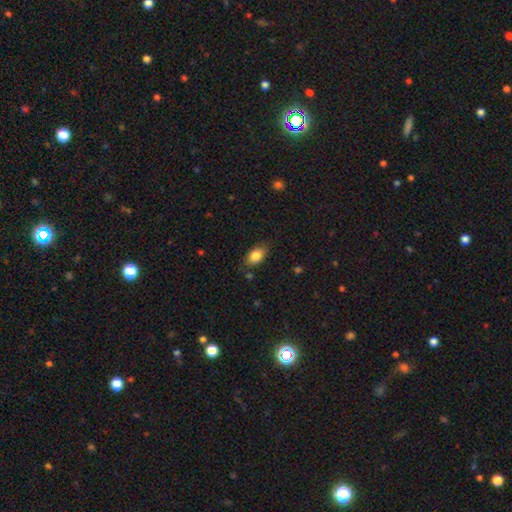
smooth_or_featured: smooth (p=0.83) [alt: featured or disk p=0.10]
how_rounded: in between (p=0.91) [alt: cigar-shaped p=0.06]
merging: none (p=0.79) [alt: minor disturbance p=0.18]